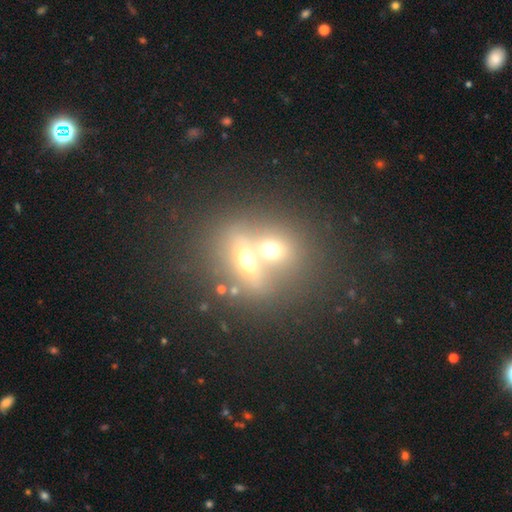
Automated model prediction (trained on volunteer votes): smooth 44%, featured or disk 40%, star or artifact 15%. Down the decision tree: merging — merger (65%).